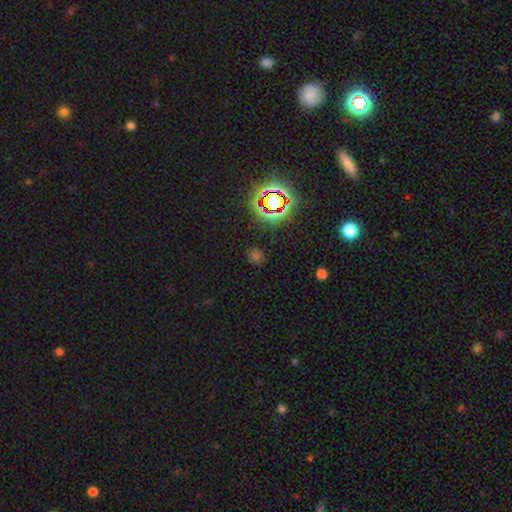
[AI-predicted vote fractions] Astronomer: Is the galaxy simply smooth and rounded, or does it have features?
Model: star or artifact — 51% (runner-up: smooth, 41%).